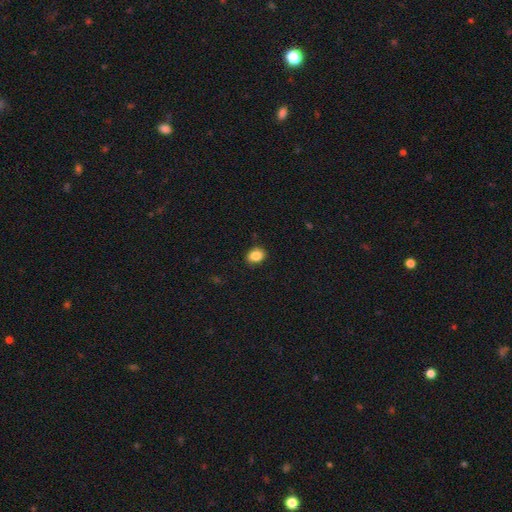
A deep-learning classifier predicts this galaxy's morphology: Overall: smooth (87%). How rounded: in between (62%; round 36%). Merging: none (87%).